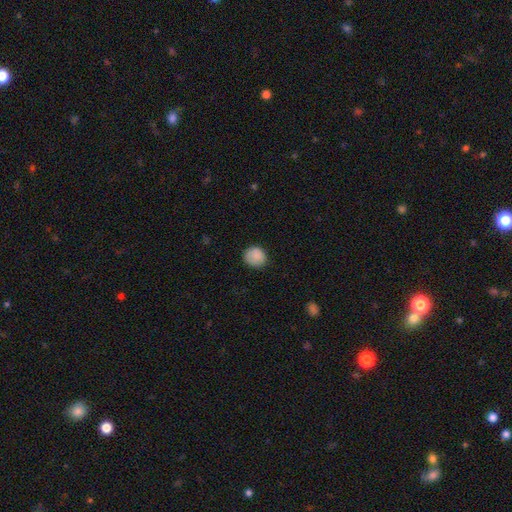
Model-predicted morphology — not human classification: Overall: smooth (87%). How rounded: round (84%). Merging: none (82%).